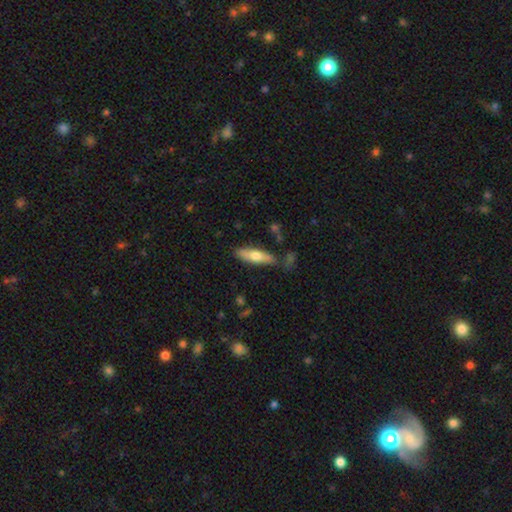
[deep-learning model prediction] smooth_or_featured: smooth (p=0.63) [alt: featured or disk p=0.31]
how_rounded: cigar-shaped (p=0.59) [alt: in between p=0.39]
merging: none (p=0.76) [alt: minor disturbance p=0.16]